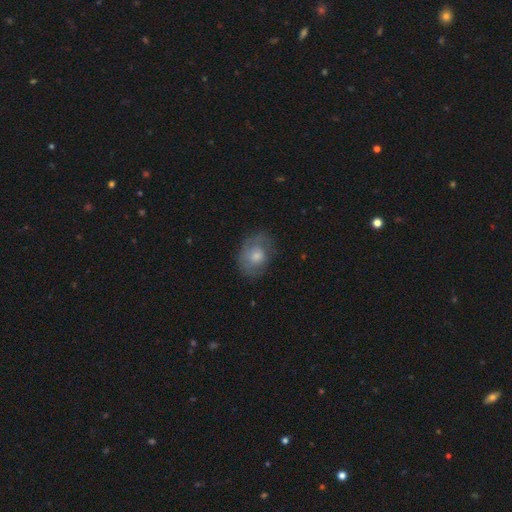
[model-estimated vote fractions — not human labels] The model was most divided on "smooth or featured": smooth: 54%, featured or disk: 38%, star or artifact: 8%. More confident: merging — none (64%); how rounded — in between (60%).